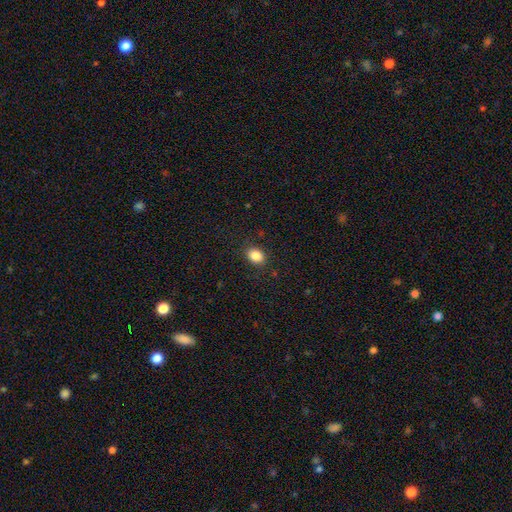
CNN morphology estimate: Smooth or featured? Predicted: smooth (p=0.86). How rounded? Predicted: in between (p=0.62). Merging? Predicted: none (p=0.87).